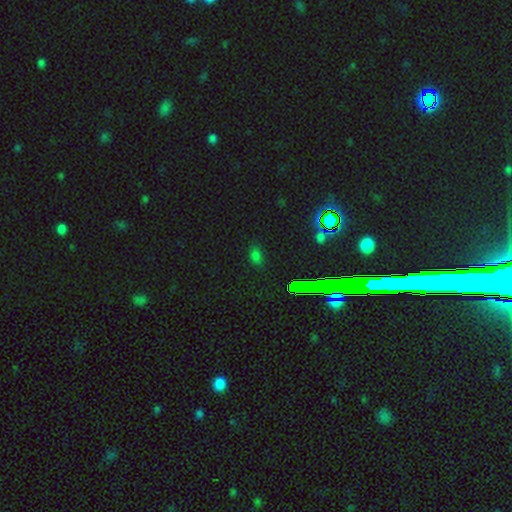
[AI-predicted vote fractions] smooth-or-featured: smooth: 55% | star or artifact: 37% | featured or disk: 8%
  how-rounded: in between: 77% | round: 18% | cigar-shaped: 5%
  merging: none: 82% | minor disturbance: 12% | major disturbance: 4% | merger: 2%